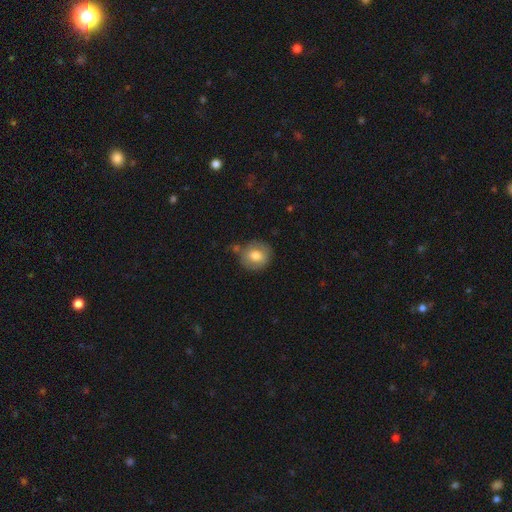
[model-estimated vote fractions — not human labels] Smooth or featured: smooth — 76% (featured or disk — 16%)
How rounded: round — 84% (in between — 15%)
Merging: none — 72% (minor disturbance — 18%)